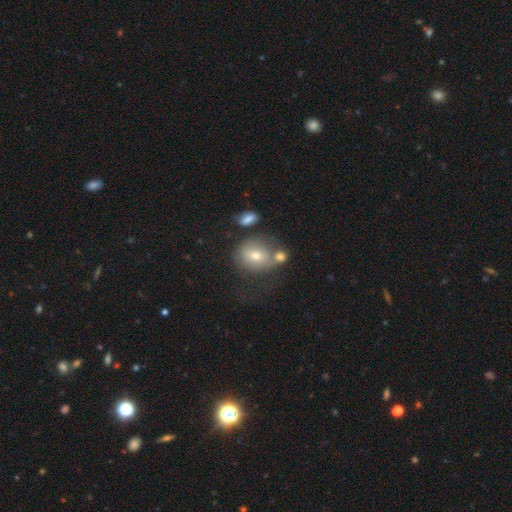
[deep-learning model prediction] Overall: smooth (60%; featured or disk 28%). How rounded: round (64%; in between 35%). Merging: none (42%; merger 27%).